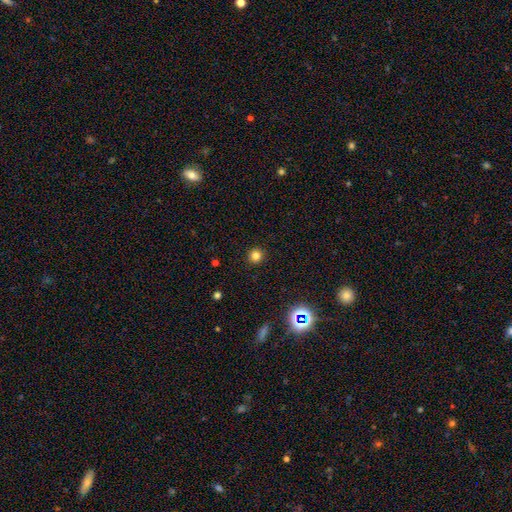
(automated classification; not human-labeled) Smooth or featured?
  - smooth: 79% *
  - star or artifact: 15%
  - featured or disk: 5%
How rounded?
  - round: 94% *
  - in between: 5%
  - cigar-shaped: 1%
Merging?
  - none: 92% *
  - minor disturbance: 5%
  - major disturbance: 2%
  - merger: 1%